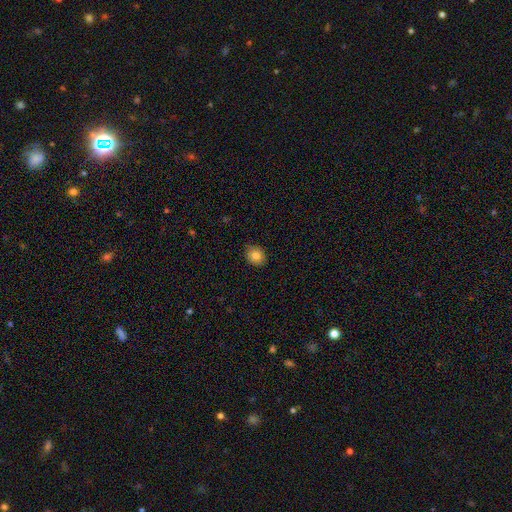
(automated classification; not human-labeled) Overall: smooth (81%). How rounded: round (66%; in between 33%). Merging: none (86%).